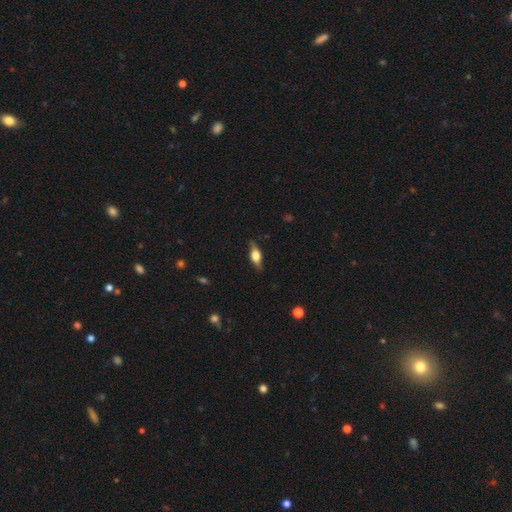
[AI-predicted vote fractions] Q: Smooth or featured?
A: smooth (48%); runner-up: featured or disk (44%)
Q: Merging?
A: none (81%); runner-up: minor disturbance (14%)